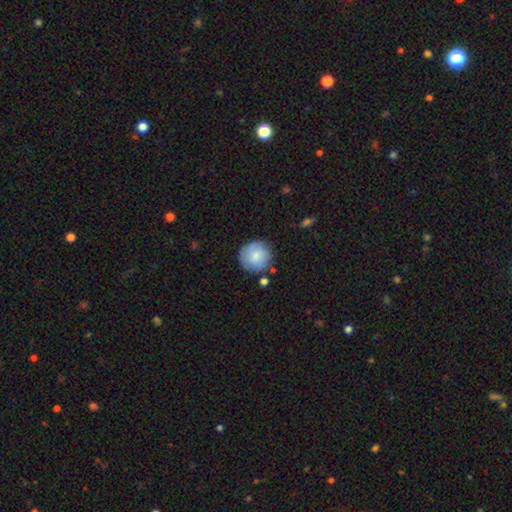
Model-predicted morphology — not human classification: type=smooth (81%); roundness=round (95%); merging=none (80%).